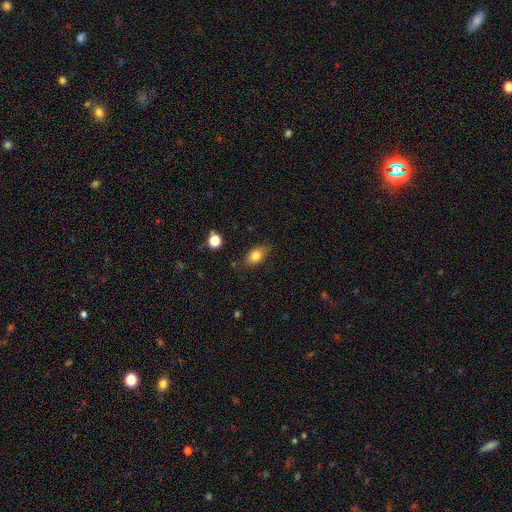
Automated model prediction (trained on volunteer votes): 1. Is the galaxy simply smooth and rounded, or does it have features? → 79% smooth, 12% featured or disk, 9% star or artifact.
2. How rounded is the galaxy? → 83% in between, 12% round, 5% cigar-shaped.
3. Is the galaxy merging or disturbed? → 79% none, 16% minor disturbance, 3% major disturbance, 2% merger.